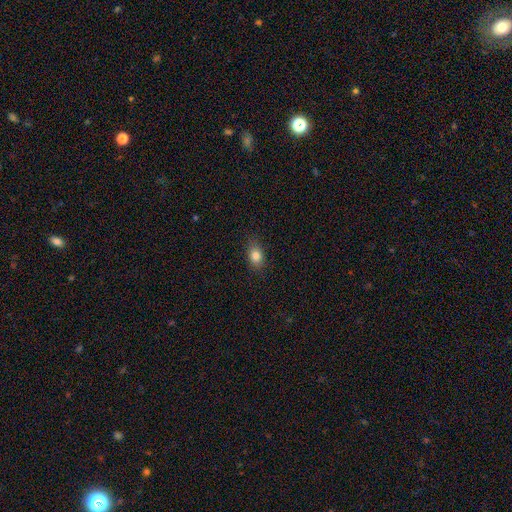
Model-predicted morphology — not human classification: smooth 81%, star or artifact 10%, featured or disk 8%. Down the decision tree: how rounded — in between (72%); merging — none (83%).